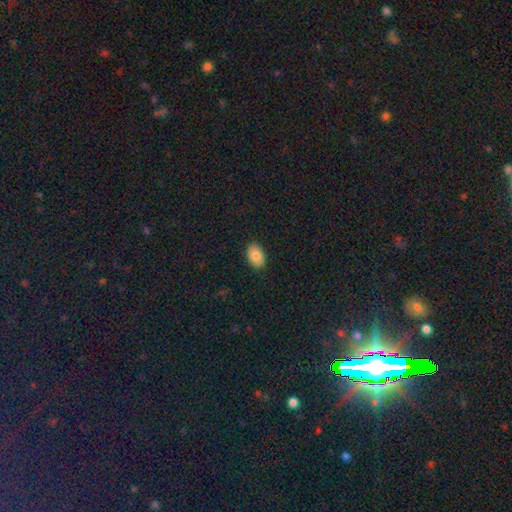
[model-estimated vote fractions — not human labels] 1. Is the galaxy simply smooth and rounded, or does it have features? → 84% smooth, 8% featured or disk, 8% star or artifact.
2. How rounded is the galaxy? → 89% in between, 10% round, 1% cigar-shaped.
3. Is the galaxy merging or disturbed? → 88% none, 9% minor disturbance, 2% major disturbance, 1% merger.